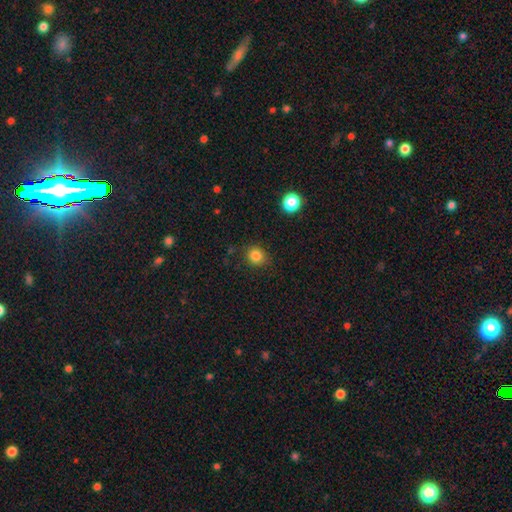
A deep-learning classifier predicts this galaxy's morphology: smooth 84%, star or artifact 12%, featured or disk 5%. Down the decision tree: how rounded — round (86%); merging — none (84%).